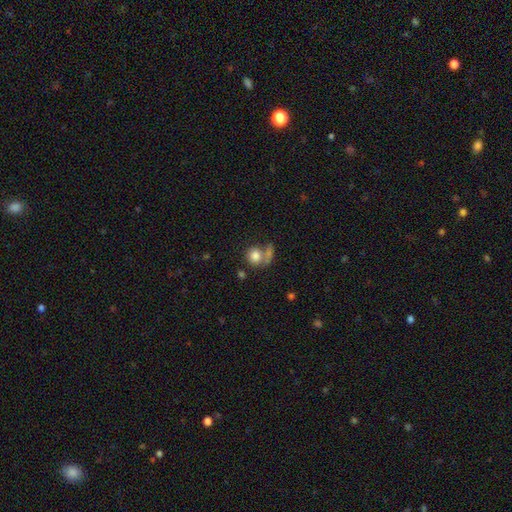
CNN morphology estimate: smooth-or-featured: smooth: 80% | featured or disk: 11% | star or artifact: 9%
  how-rounded: round: 79% | in between: 19% | cigar-shaped: 2%
  merging: none: 45% | merger: 34% | minor disturbance: 12% | major disturbance: 9%